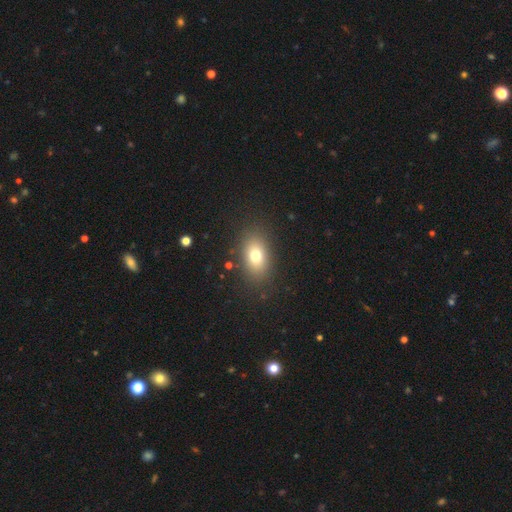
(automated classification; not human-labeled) This is likely a smooth galaxy (75%). How rounded: clearly in between (82%). Merging: clearly none (85%).